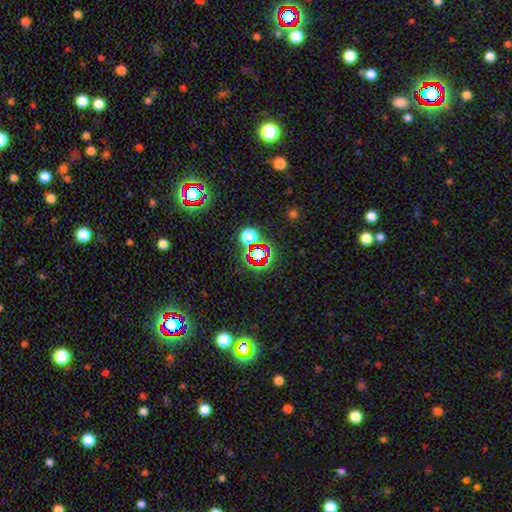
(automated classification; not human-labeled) Morphology: type=star or artifact (65%).